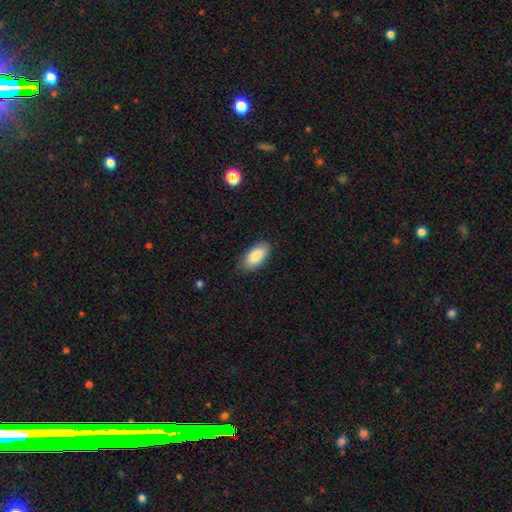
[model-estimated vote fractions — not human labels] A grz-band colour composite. It shows a smooth galaxy with no disk features (88%) that is in between round and cigar-shaped (92%). Merging: none (84%).